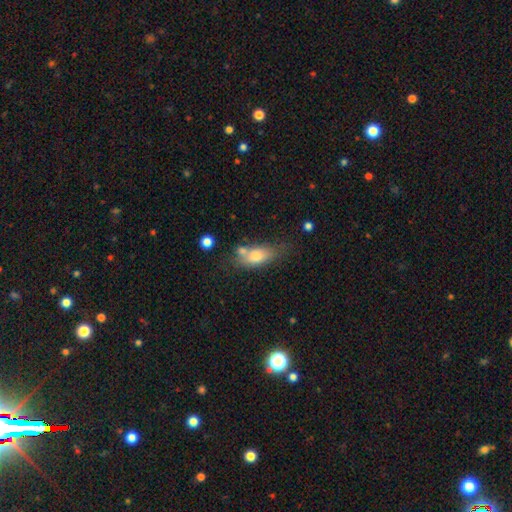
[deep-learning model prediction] smooth 73%, featured or disk 18%, star or artifact 8%. Down the decision tree: how rounded — in between (79%); merging — none (51%).